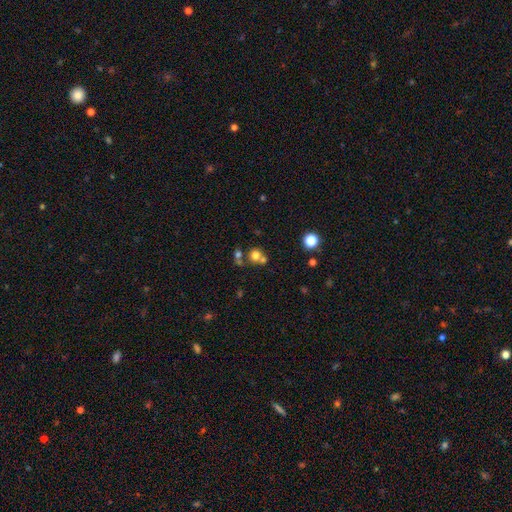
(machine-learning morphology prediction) Smooth or featured: smooth — 72% (star or artifact — 16%)
How rounded: round — 86% (in between — 13%)
Merging: none — 50% (merger — 38%)